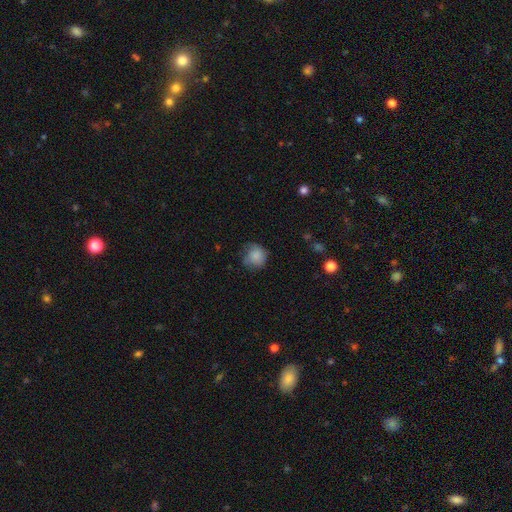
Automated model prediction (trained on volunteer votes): Morphology: type=smooth (81%); roundness=round (83%); merging=none (58%).